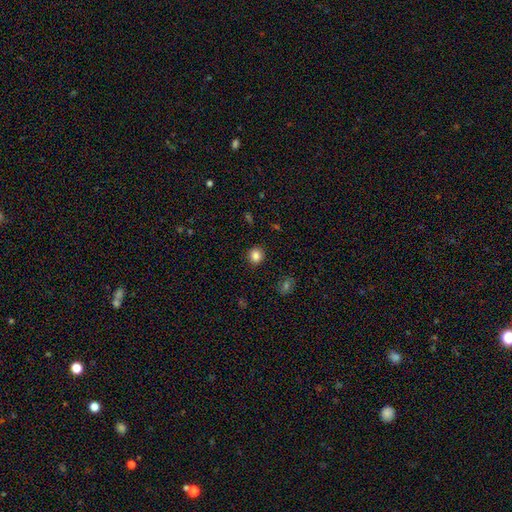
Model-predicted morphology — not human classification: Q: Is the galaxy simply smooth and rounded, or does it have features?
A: smooth — 85%.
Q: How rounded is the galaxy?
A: round — 84%.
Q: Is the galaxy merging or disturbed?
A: none — 91%.